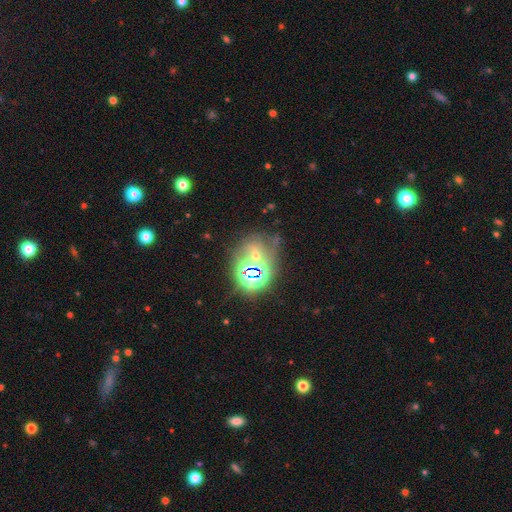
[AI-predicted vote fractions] Smooth or featured: star or artifact — 64% (smooth — 19%)